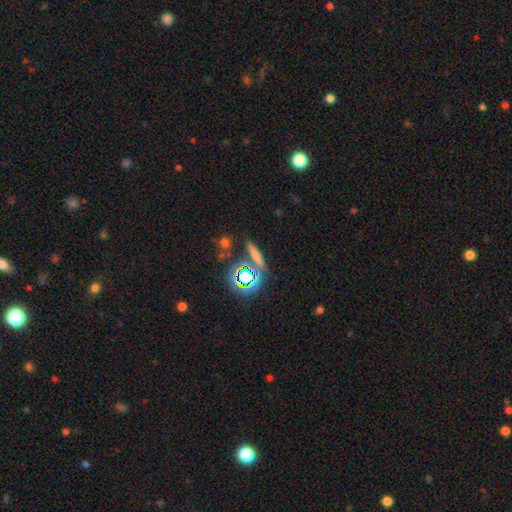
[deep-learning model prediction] Smooth or featured?
  - smooth: 56% *
  - star or artifact: 25%
  - featured or disk: 19%
How rounded?
  - cigar-shaped: 68% *
  - in between: 16%
  - round: 16%
Merging?
  - none: 79% *
  - minor disturbance: 9%
  - merger: 9%
  - major disturbance: 4%